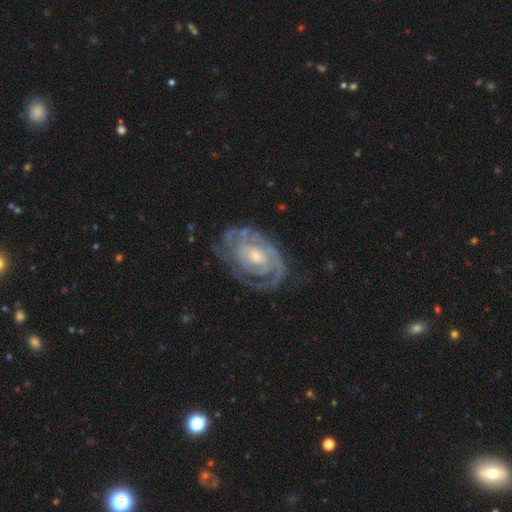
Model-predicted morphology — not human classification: Smooth or featured? Predicted: featured or disk (p=0.87). Edge-on disk? Predicted: no (p=0.97). Bar? Predicted: no (p=0.66). Spiral arms? Predicted: yes (p=0.94). Spiral winding? Predicted: tight (p=0.72). Spiral arm count? Predicted: can't tell (p=0.32, tied with 2). Bulge size? Predicted: small (p=0.53). Merging? Predicted: none (p=0.68).